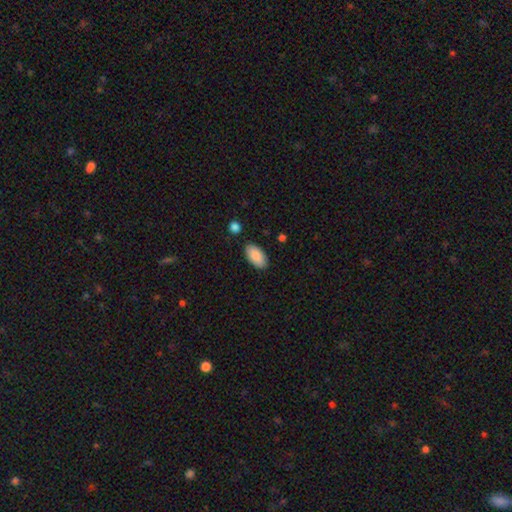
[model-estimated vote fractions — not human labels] smooth_or_featured: smooth (p=0.87) [alt: featured or disk p=0.07]
how_rounded: in between (p=0.95) [alt: round p=0.02]
merging: none (p=0.86) [alt: minor disturbance p=0.10]